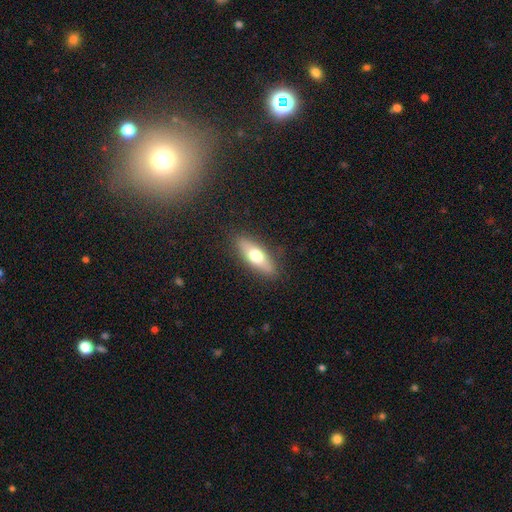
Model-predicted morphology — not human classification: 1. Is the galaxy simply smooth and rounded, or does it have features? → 63% smooth, 31% featured or disk, 6% star or artifact.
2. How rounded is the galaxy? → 55% in between, 42% cigar-shaped, 3% round.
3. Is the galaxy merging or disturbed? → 86% none, 10% minor disturbance, 3% major disturbance, 1% merger.